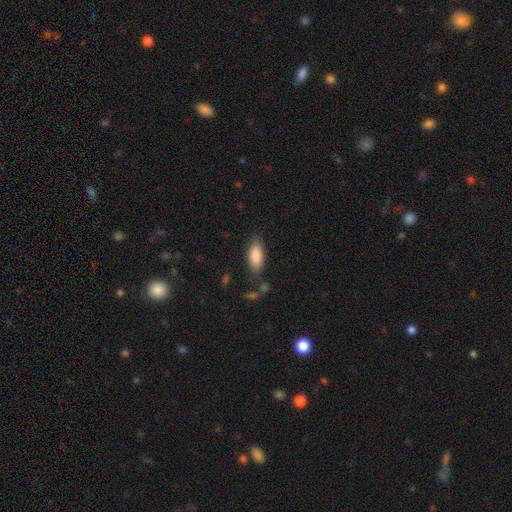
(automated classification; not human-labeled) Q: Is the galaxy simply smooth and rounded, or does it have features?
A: smooth — 87%.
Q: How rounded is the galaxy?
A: in between — 84%.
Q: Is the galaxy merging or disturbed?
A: none — 77%.